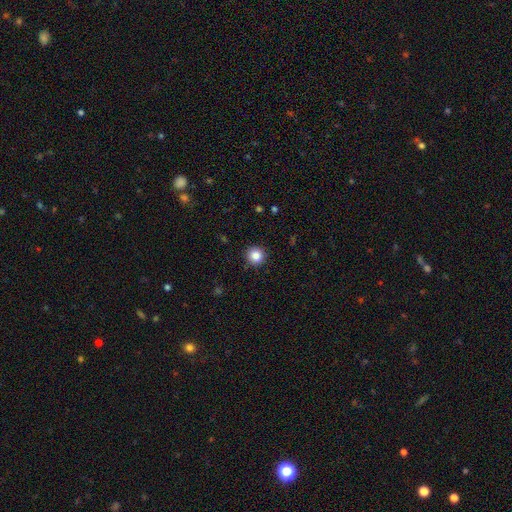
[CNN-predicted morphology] This appears to be a smooth galaxy with no disk features (85%) that is round (95%). Merging: none (92%).